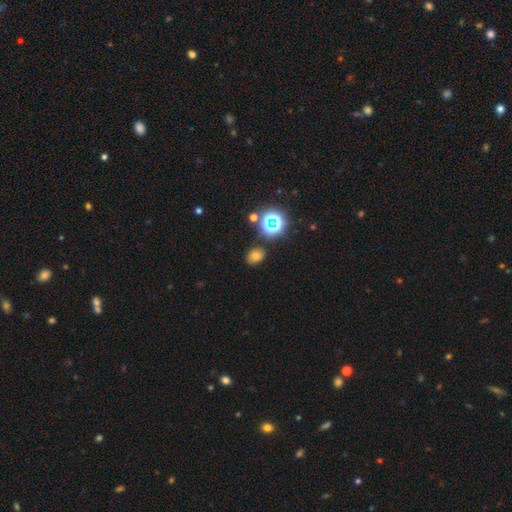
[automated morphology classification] A smooth galaxy with no disk features (64%) that is in between round and cigar-shaped (58%). Merging: none (83%).